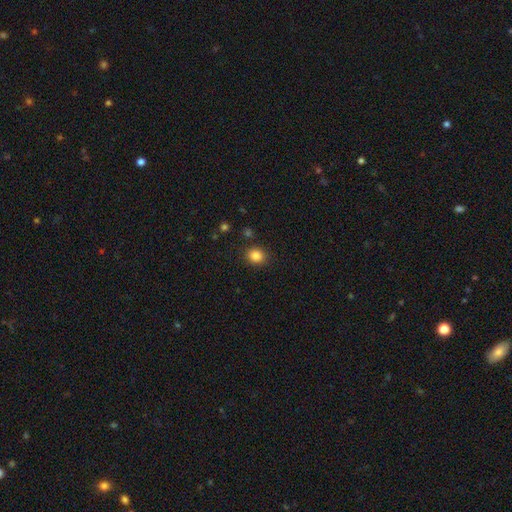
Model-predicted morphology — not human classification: A smooth galaxy with no disk features (85%) that is round (67%).

Vote fractions:
- Smooth or featured? smooth: 85% / star or artifact: 11% / featured or disk: 4%
- How rounded? round: 67% / in between: 32% / cigar-shaped: 1%
- Merging? none: 86% / minor disturbance: 9% / major disturbance: 3% / merger: 2%